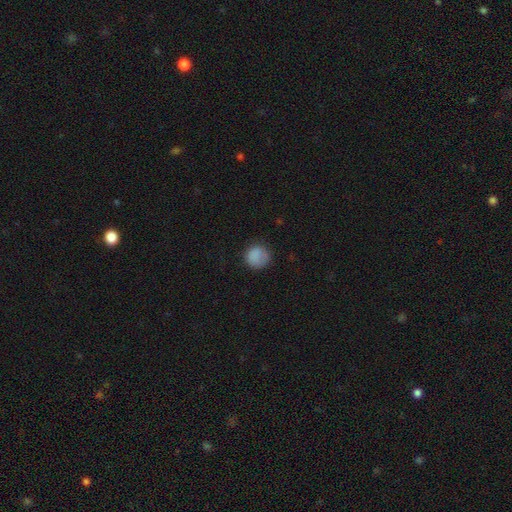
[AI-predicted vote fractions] Overall: smooth (85%). How rounded: round (90%). Merging: none (76%).